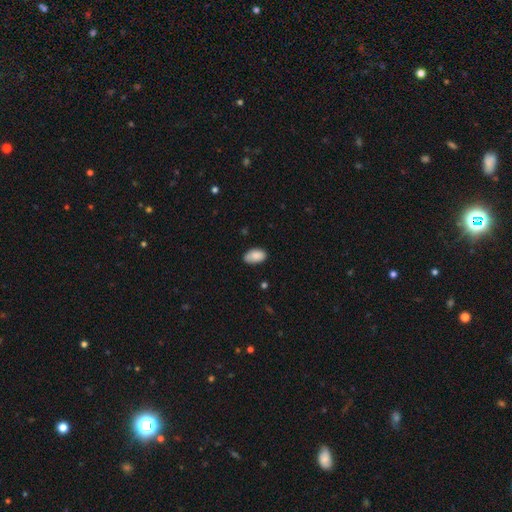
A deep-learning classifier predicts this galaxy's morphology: This is clearly a smooth galaxy (86%). How rounded: clearly in between (93%). Merging: likely none (72%).